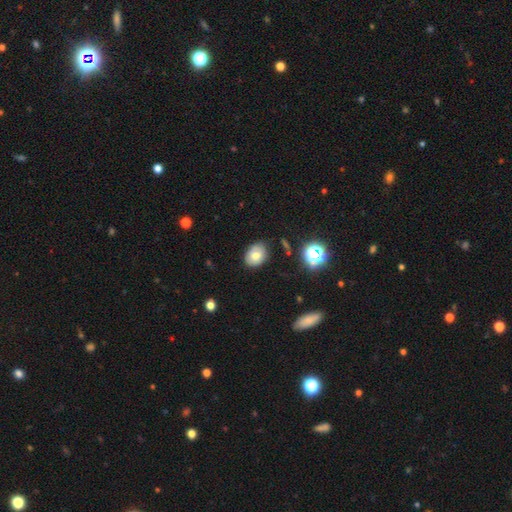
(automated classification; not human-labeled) Overall: smooth (71%). How rounded: in between (66%; round 33%). Merging: none (79%).